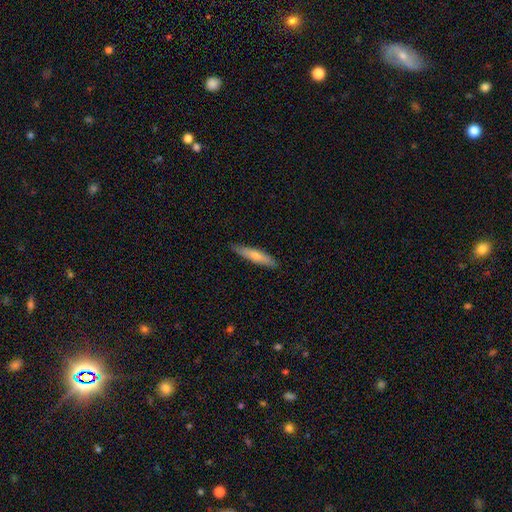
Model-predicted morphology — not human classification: smooth_or_featured: smooth (p=0.69) [alt: featured or disk p=0.25]
how_rounded: cigar-shaped (p=0.85) [alt: in between p=0.14]
merging: none (p=0.87) [alt: minor disturbance p=0.11]